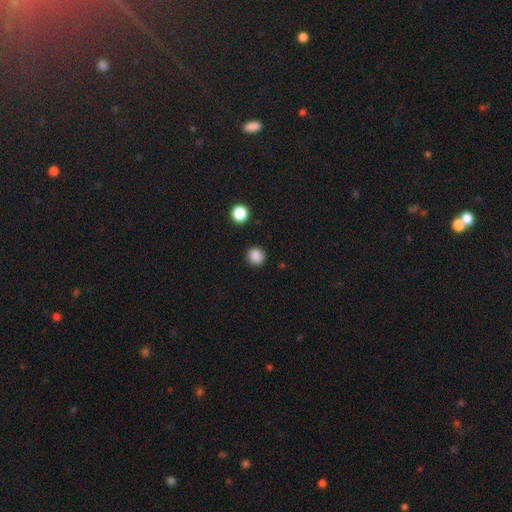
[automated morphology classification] Smooth or featured? smooth (86%)
How rounded? round (89%)
Merging? none (89%)